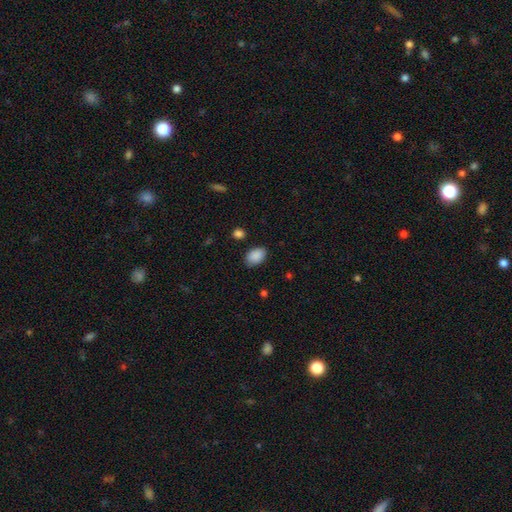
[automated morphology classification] smooth-or-featured: smooth: 89% | star or artifact: 7% | featured or disk: 4%
  how-rounded: in between: 84% | round: 15% | cigar-shaped: 1%
  merging: none: 81% | minor disturbance: 14% | major disturbance: 3% | merger: 2%